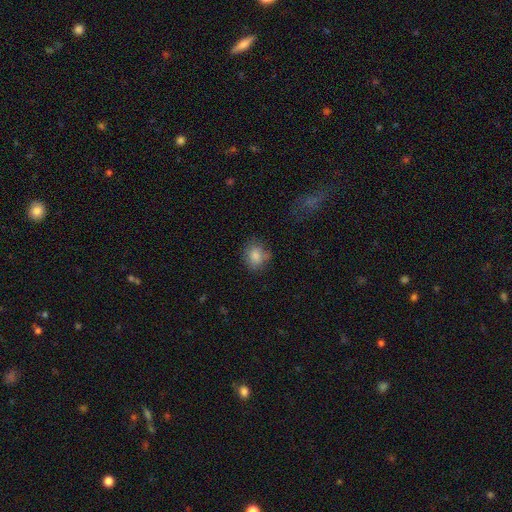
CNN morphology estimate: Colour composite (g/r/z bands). It shows a smooth galaxy with no disk features (84%) that is round (62%). Merging: none (69%).